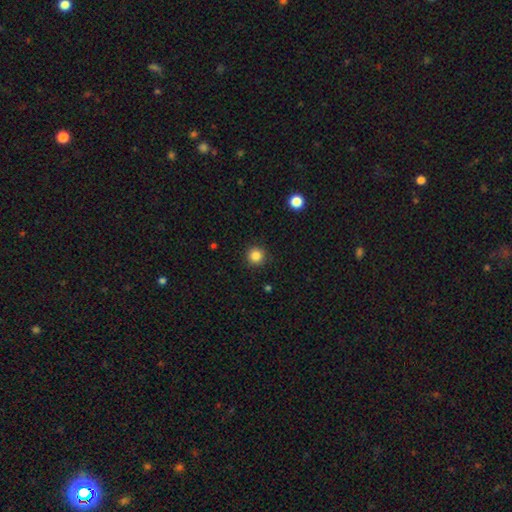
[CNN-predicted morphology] smooth 85%, star or artifact 11%, featured or disk 4%. Down the decision tree: how rounded — round (95%); merging — none (92%).